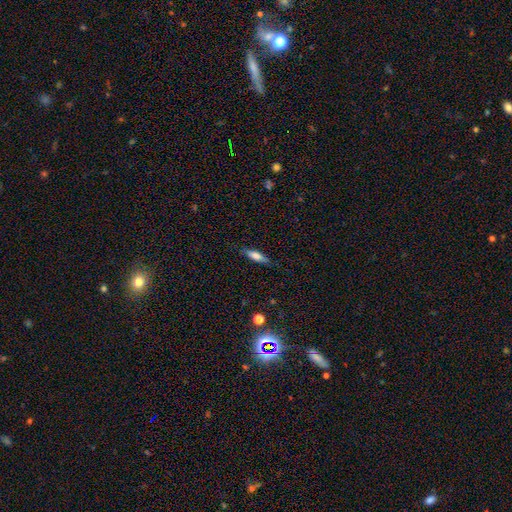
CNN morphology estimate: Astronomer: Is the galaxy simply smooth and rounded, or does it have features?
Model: smooth — 67%.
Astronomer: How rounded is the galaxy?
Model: cigar-shaped — 61% (runner-up: in between, 37%).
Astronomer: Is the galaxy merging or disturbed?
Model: none — 85%.